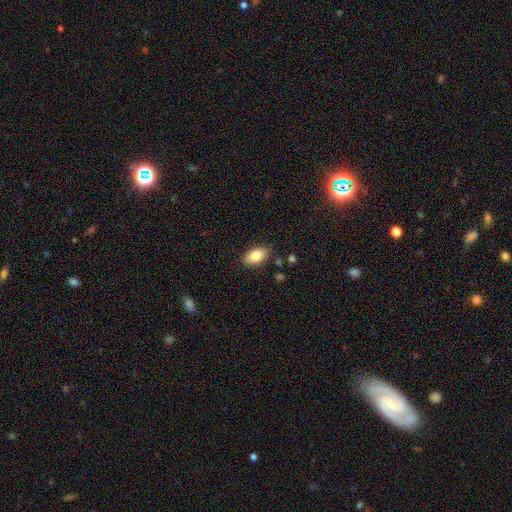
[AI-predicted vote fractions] Smooth or featured? Predicted: smooth (p=0.82). How rounded? Predicted: in between (p=0.92). Merging? Predicted: none (p=0.85).